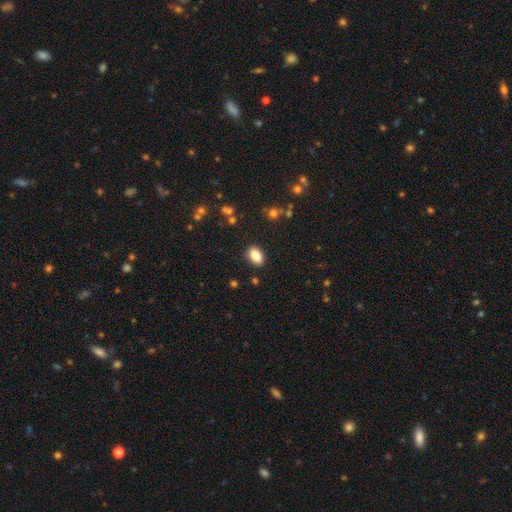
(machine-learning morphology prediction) type=smooth (85%); roundness=in between (88%); merging=none (87%).